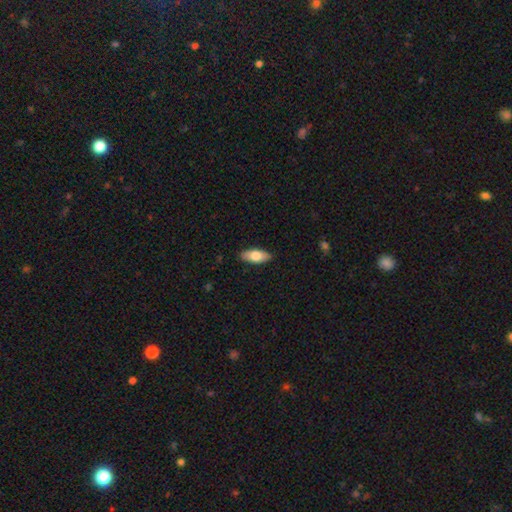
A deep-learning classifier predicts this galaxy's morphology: Smooth or featured? smooth (75%)
How rounded? in between (83%)
Merging? none (89%)